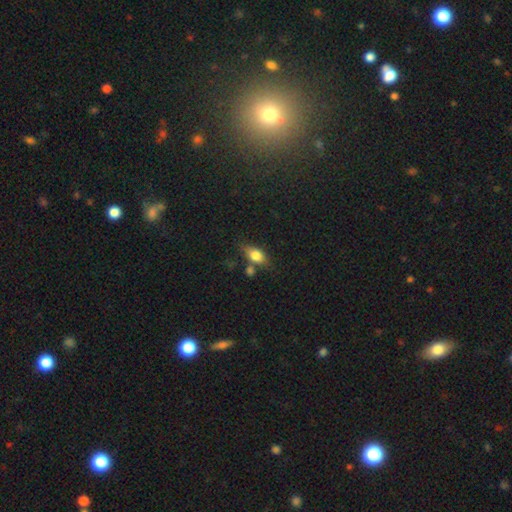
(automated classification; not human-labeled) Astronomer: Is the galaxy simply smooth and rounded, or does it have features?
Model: smooth — 74%.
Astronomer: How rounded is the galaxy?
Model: in between — 77%.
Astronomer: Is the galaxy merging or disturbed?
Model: none — 62%.